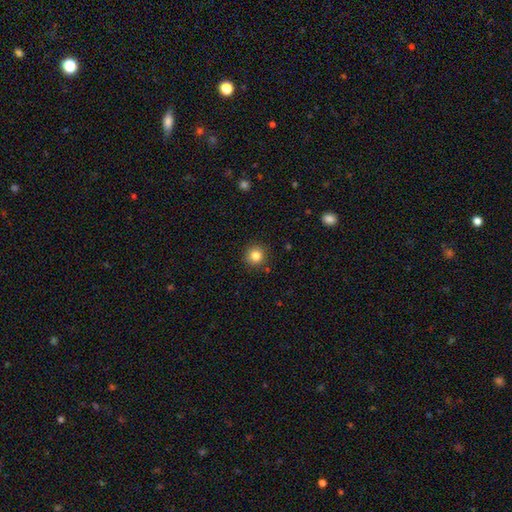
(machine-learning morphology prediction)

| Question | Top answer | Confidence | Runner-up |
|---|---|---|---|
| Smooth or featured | smooth | 83% | star or artifact (11%) |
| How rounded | round | 93% | in between (6%) |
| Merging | none | 90% | minor disturbance (7%) |